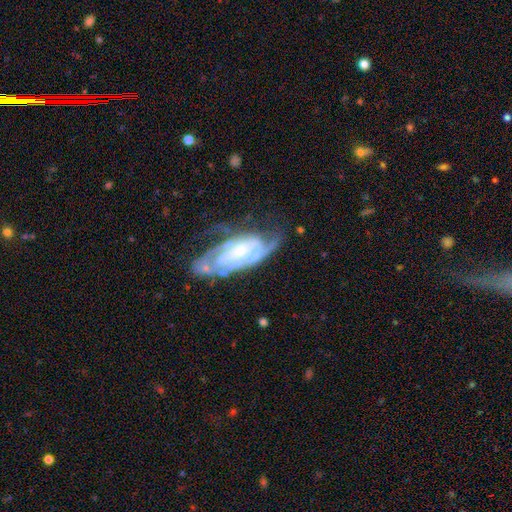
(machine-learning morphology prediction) This is clearly a featured or disk galaxy (82%). It is clearly not viewed edge-on (88%). Bar: marginally no (36%, tied with weak). Spiral arm pattern: clearly yes (89%). Spiral arm count: marginally can't tell (35%). Spiral winding: possibly tight (58%). Central bulge: possibly small (56%). Merging: possibly none (56%).